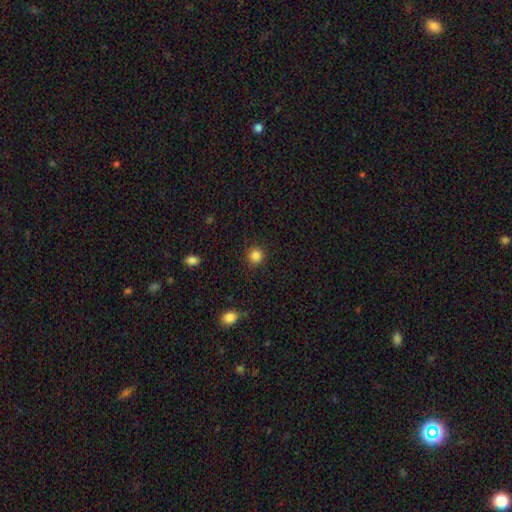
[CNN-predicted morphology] A smooth galaxy with no disk features (84%) that is round (93%).

Vote fractions:
- Smooth or featured? smooth: 84% / star or artifact: 12% / featured or disk: 4%
- How rounded? round: 93% / in between: 6% / cigar-shaped: 1%
- Merging? none: 90% / minor disturbance: 7% / major disturbance: 2% / merger: 1%